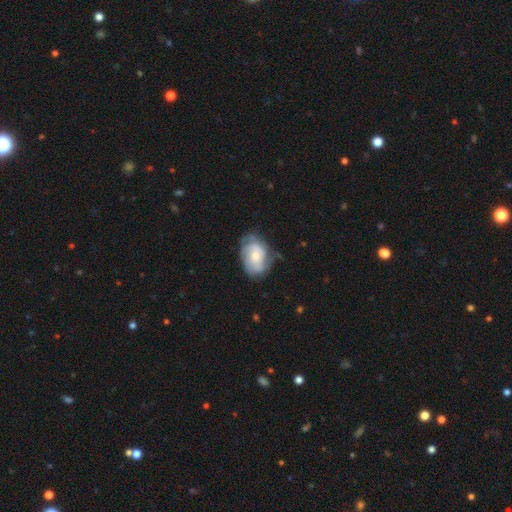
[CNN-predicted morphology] Smooth or featured?
  - featured or disk: 55% *
  - smooth: 38%
  - star or artifact: 7%
Edge-on disk?
  - no: 96% *
  - yes: 4%
Bar?
  - no: 73% *
  - weak: 23%
  - strong: 4%
Spiral arms?
  - yes: 79% *
  - no: 21%
Bulge size?
  - moderate: 45% * (tied)
  - small: 45% * (tied)
  - large: 6%
  - none: 3%
  - dominant: 1%
Merging?
  - none: 60% *
  - minor disturbance: 28%
  - major disturbance: 11%
  - merger: 2%